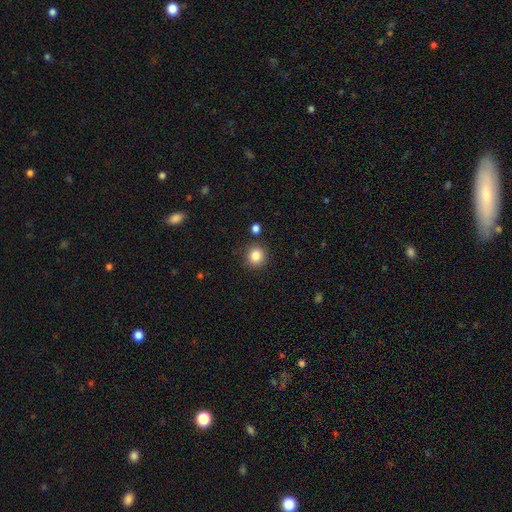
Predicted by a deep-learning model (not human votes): smooth 85%, star or artifact 10%, featured or disk 5%. Down the decision tree: how rounded — round (90%); merging — none (86%).